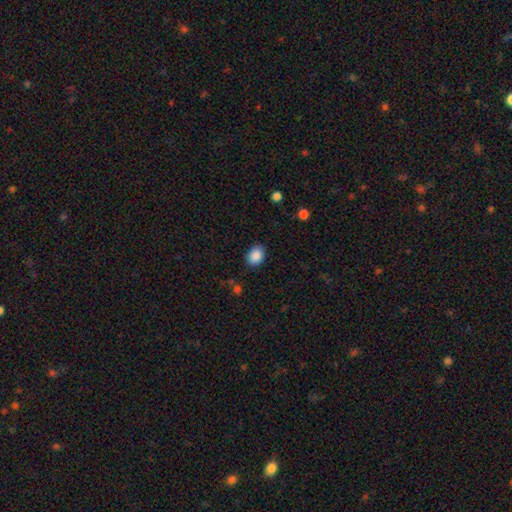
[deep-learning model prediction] Smooth or featured?
  - smooth: 89% *
  - star or artifact: 8%
  - featured or disk: 3%
How rounded?
  - in between: 72% *
  - round: 27%
  - cigar-shaped: 1%
Merging?
  - none: 86% *
  - minor disturbance: 10%
  - major disturbance: 3%
  - merger: 1%